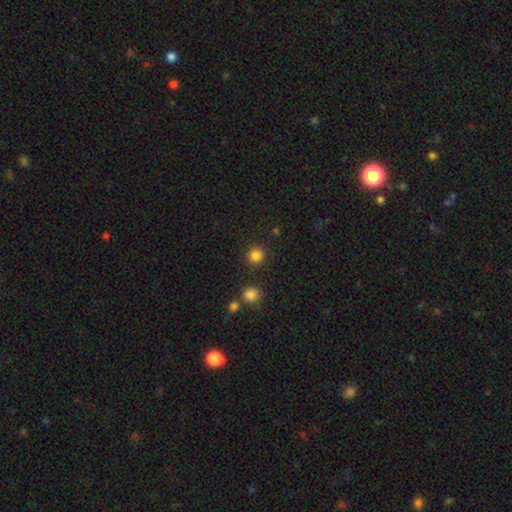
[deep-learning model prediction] A smooth galaxy with no disk features (84%) that is round (93%). Merging: none (88%).